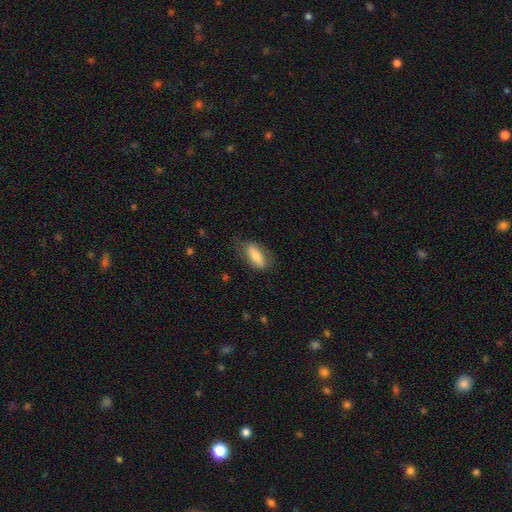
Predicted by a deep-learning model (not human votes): This appears to be a smooth galaxy with no disk features (68%) that is in between round and cigar-shaped (73%). Merging: none (68%).